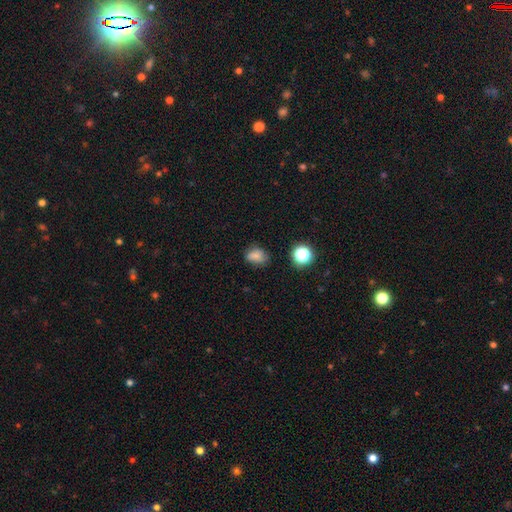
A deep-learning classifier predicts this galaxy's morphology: smooth 76%, star or artifact 15%, featured or disk 9%. Down the decision tree: how rounded — in between (60%); merging — none (66%).